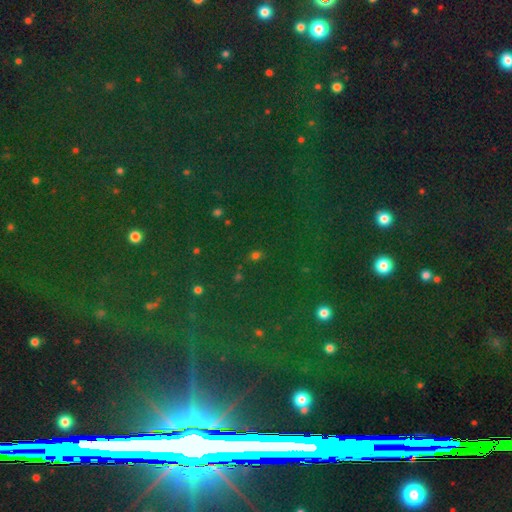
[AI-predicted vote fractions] Smooth or featured? Predicted: star or artifact (p=0.61).